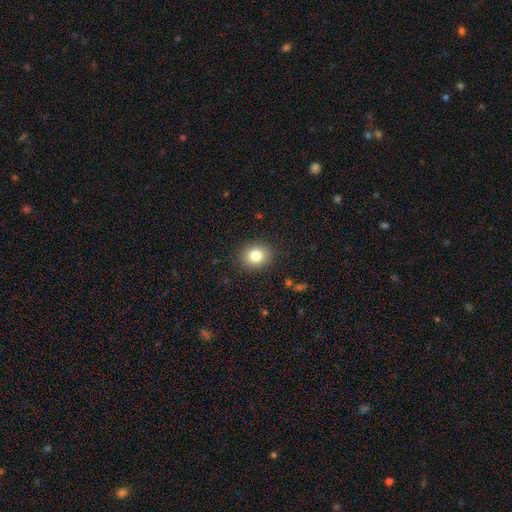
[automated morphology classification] Smooth or featured? Predicted: smooth (p=0.82). How rounded? Predicted: round (p=0.65). Merging? Predicted: none (p=0.89).